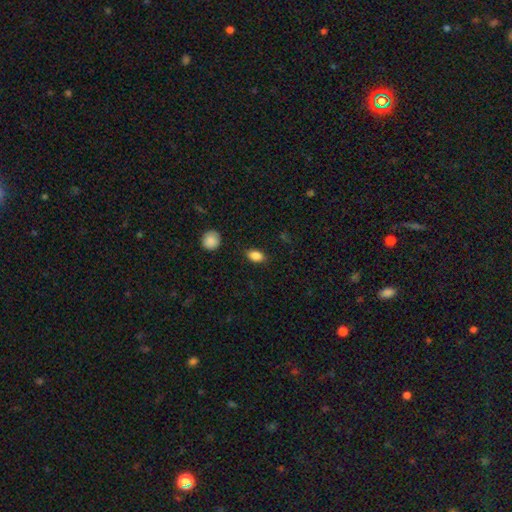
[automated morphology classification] smooth 85%, star or artifact 9%, featured or disk 6%. Down the decision tree: how rounded — in between (82%); merging — none (85%).